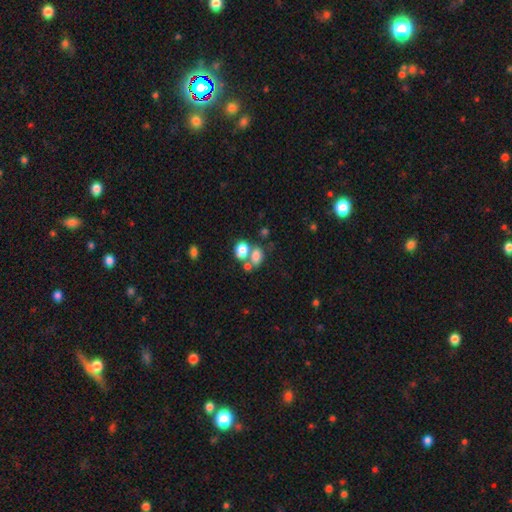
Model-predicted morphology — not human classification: Smooth or featured?
  - smooth: 74% *
  - featured or disk: 14%
  - star or artifact: 13%
How rounded?
  - in between: 69% *
  - round: 29%
  - cigar-shaped: 1%
Merging?
  - merger: 48% *
  - none: 35%
  - minor disturbance: 11%
  - major disturbance: 7%